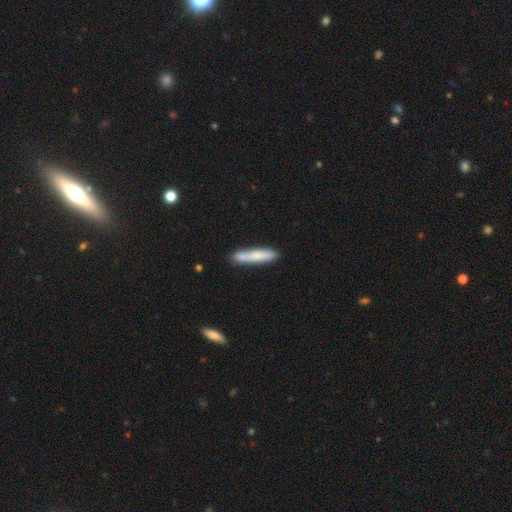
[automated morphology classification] smooth-or-featured: smooth: 72% | featured or disk: 22% | star or artifact: 6%
  how-rounded: cigar-shaped: 89% | in between: 10% | round: 1%
  merging: none: 76% | minor disturbance: 14% | merger: 7% | major disturbance: 3%